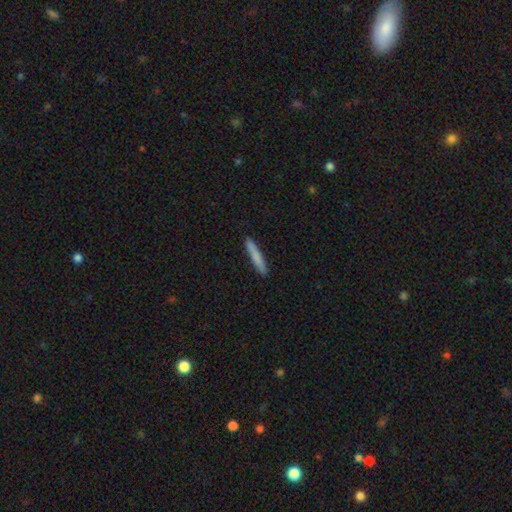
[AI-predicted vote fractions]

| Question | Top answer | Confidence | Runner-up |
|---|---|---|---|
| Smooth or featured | smooth | 81% | featured or disk (13%) |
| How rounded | cigar-shaped | 94% | in between (5%) |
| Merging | none | 90% | minor disturbance (7%) |